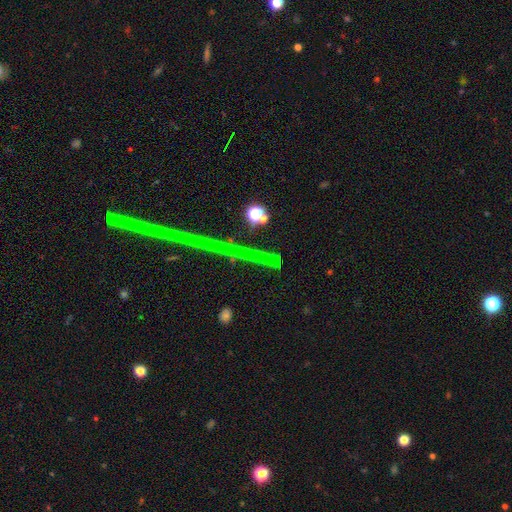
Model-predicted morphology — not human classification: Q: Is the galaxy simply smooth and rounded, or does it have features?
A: star or artifact — 76%.